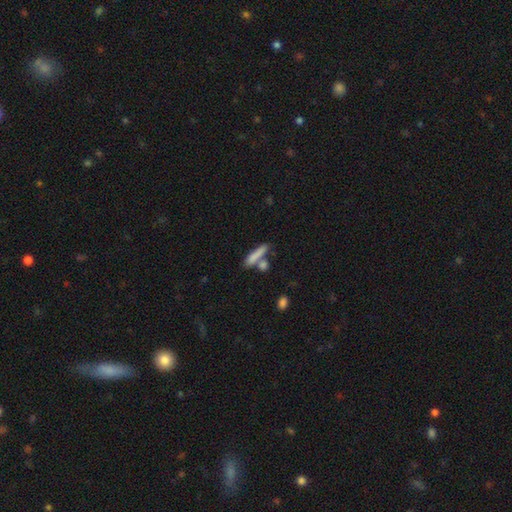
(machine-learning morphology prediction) A smooth galaxy with no disk features (79%) that is cigar-shaped (74%). Merging: none (56%).